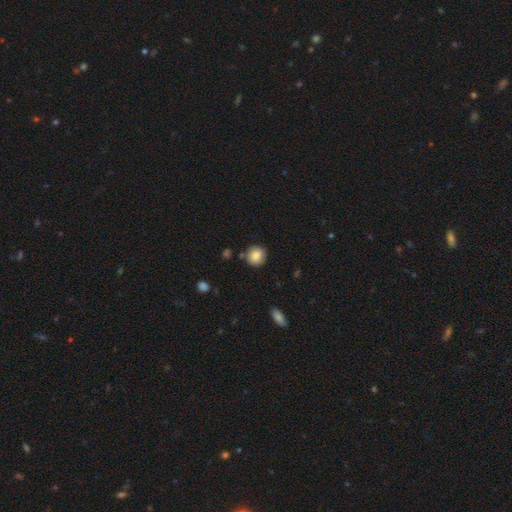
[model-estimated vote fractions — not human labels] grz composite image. It shows a smooth galaxy with no disk features (85%) that is round (86%). Merging: none (81%).